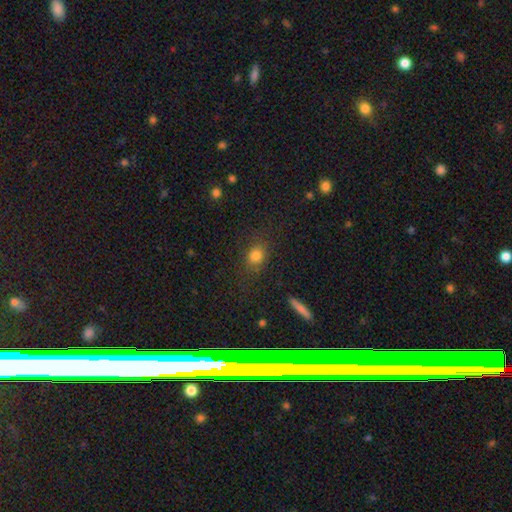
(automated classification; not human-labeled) A smooth galaxy with no disk features (80%) that is round (58%). Merging: none (80%).